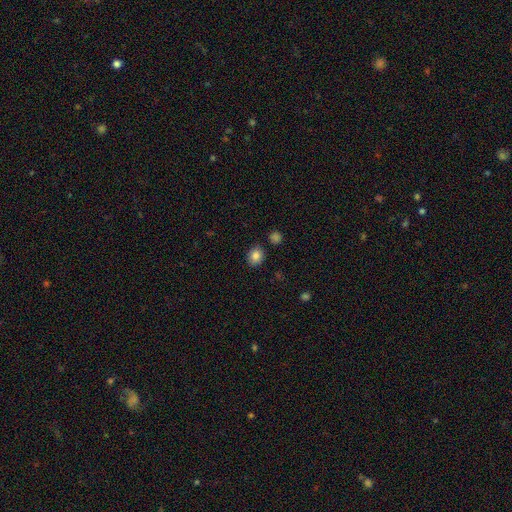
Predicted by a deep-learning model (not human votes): This appears to be a smooth galaxy with no disk features (85%) that is round (52%). Merging: none (84%).